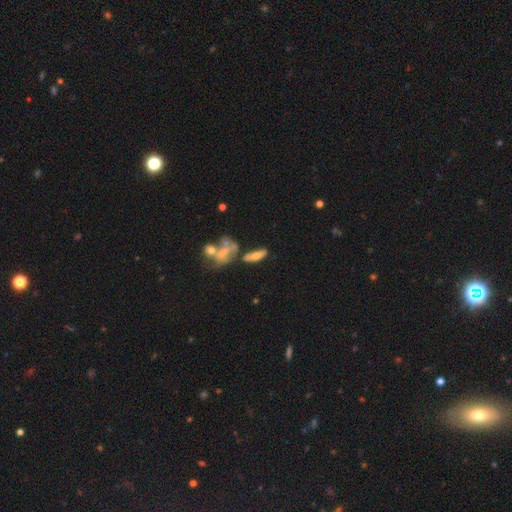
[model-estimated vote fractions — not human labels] Morphology: type=smooth (59%); roundness=in between (57%); merging=none (50%).